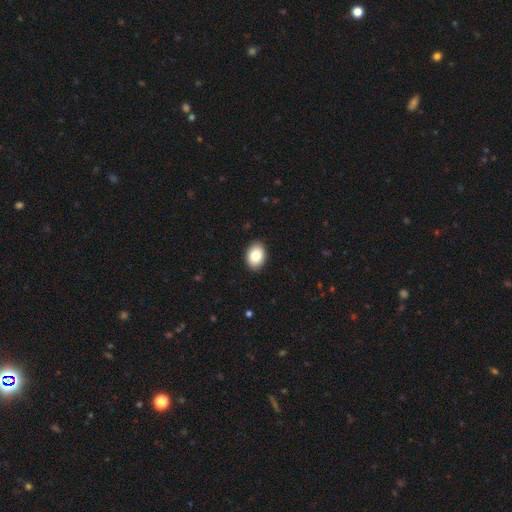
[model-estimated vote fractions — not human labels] smooth_or_featured: smooth (p=0.84) [alt: featured or disk p=0.09]
how_rounded: in between (p=0.78) [alt: round p=0.21]
merging: none (p=0.90) [alt: minor disturbance p=0.07]